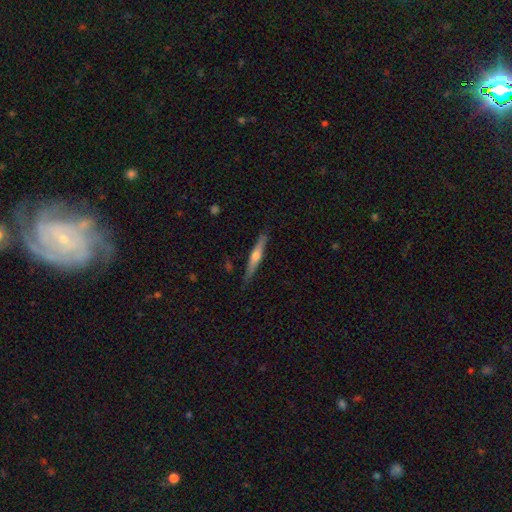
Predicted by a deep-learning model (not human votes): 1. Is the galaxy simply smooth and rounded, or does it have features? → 58% featured or disk, 37% smooth, 6% star or artifact.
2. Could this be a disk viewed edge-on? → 96% yes, 4% no.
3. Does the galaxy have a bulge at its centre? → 88% rounded, 8% none, 4% boxy.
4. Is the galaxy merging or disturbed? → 86% none, 10% minor disturbance, 2% major disturbance, 1% merger.